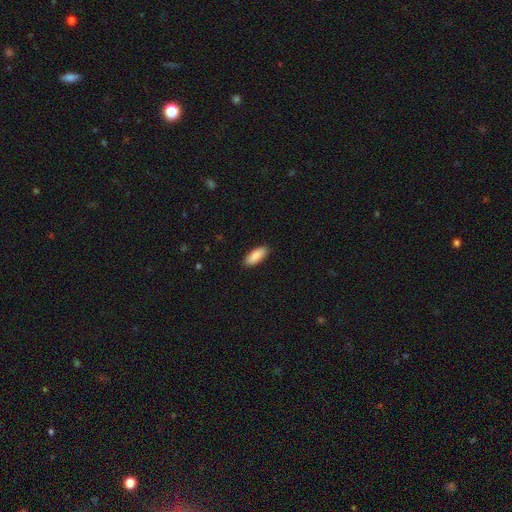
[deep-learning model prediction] A smooth galaxy with no disk features (89%) that is in between round and cigar-shaped (80%). Merging: none (90%).